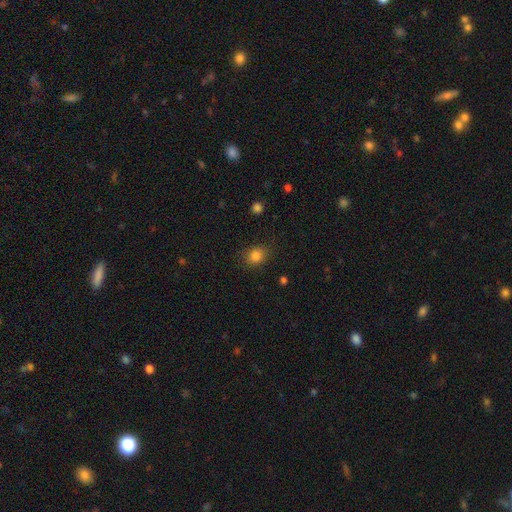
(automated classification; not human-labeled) smooth-or-featured: smooth: 83% | star or artifact: 11% | featured or disk: 5%
  how-rounded: round: 63% | in between: 36% | cigar-shaped: 1%
  merging: none: 81% | minor disturbance: 13% | major disturbance: 4% | merger: 1%